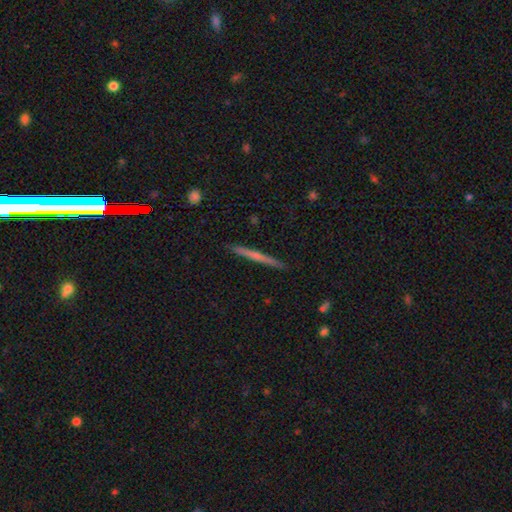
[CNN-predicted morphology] Smooth or featured? featured or disk (48%)
Merging? none (92%)